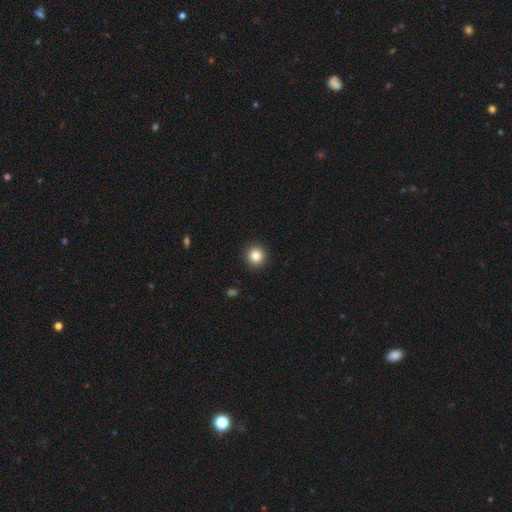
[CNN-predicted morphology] Smooth or featured?
  - smooth: 85% *
  - star or artifact: 10%
  - featured or disk: 5%
How rounded?
  - round: 94% *
  - in between: 5%
  - cigar-shaped: 1%
Merging?
  - none: 92% *
  - minor disturbance: 5%
  - major disturbance: 2%
  - merger: 1%